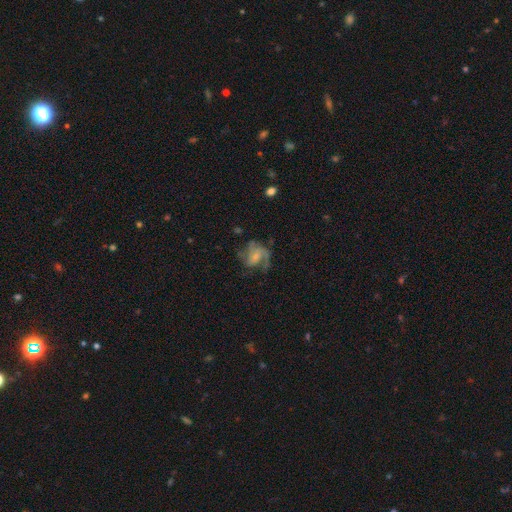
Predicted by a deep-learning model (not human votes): The model was most divided on "spiral arm count": 2: 32%, 3: 20%, 1: 20%, can't tell: 20%, 4: 5%, more than 4: 4%. Remaining: edge-on disk — no (98%); spiral arms — yes (89%); smooth or featured — featured or disk (73%); bulge size — small (61%); bar — no (55%); merging — none (48%); spiral winding — medium (46%).